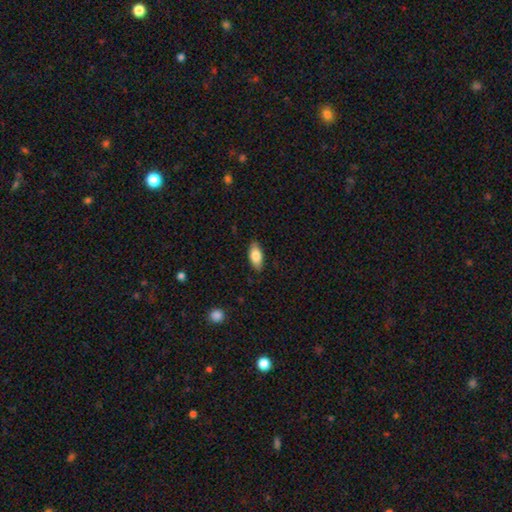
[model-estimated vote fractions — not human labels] Q: Smooth or featured?
A: smooth (81%); runner-up: featured or disk (12%)
Q: How rounded?
A: in between (88%); runner-up: cigar-shaped (9%)
Q: Merging?
A: none (87%); runner-up: minor disturbance (10%)